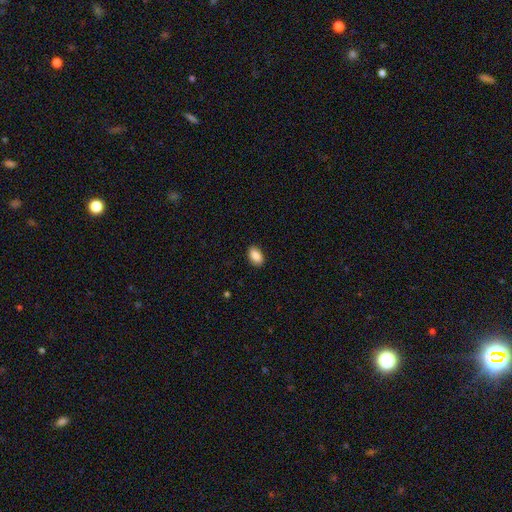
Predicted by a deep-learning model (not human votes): A smooth galaxy with no disk features (89%) that is in between round and cigar-shaped (92%). Merging: none (89%).